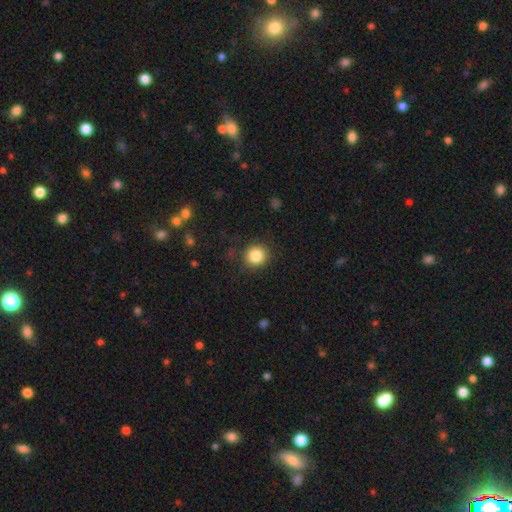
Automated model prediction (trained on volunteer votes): This is clearly a smooth galaxy (85%). How rounded: clearly round (91%). Merging: clearly none (88%).